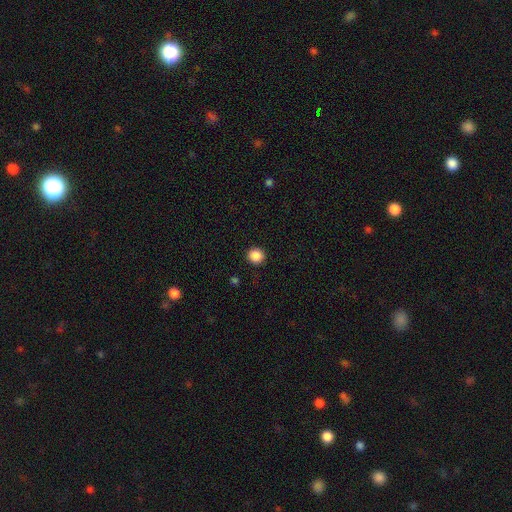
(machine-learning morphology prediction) Smooth or featured?
  - smooth: 88% *
  - star or artifact: 10%
  - featured or disk: 3%
How rounded?
  - round: 92% *
  - in between: 7%
  - cigar-shaped: 1%
Merging?
  - none: 91% *
  - minor disturbance: 6%
  - major disturbance: 2%
  - merger: 1%